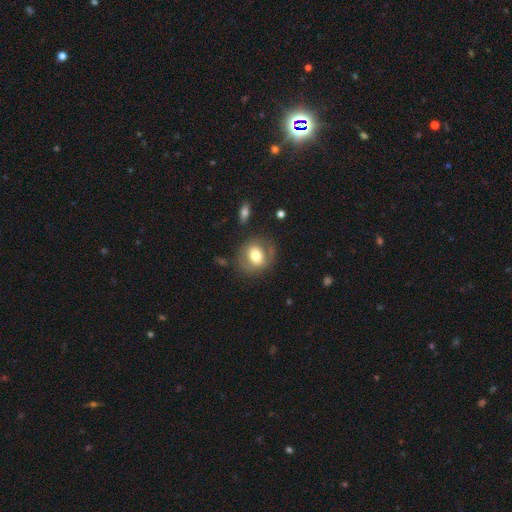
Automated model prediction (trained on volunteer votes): smooth-or-featured: smooth: 63% | featured or disk: 29% | star or artifact: 8%
  how-rounded: round: 66% | in between: 33% | cigar-shaped: 1%
  merging: none: 71% | minor disturbance: 17% | major disturbance: 9% | merger: 3%